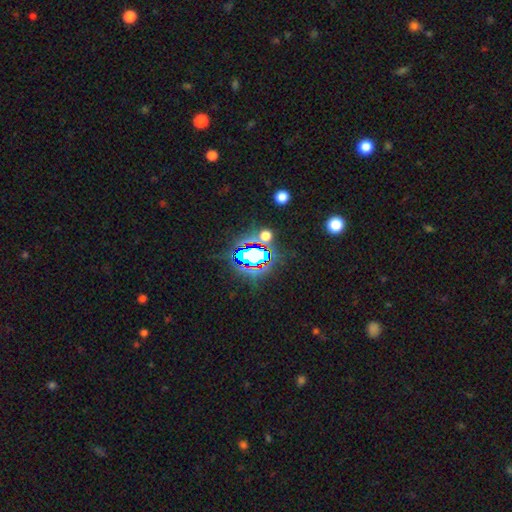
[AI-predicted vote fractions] This appears to be a star or artifact, not a galaxy (69%).